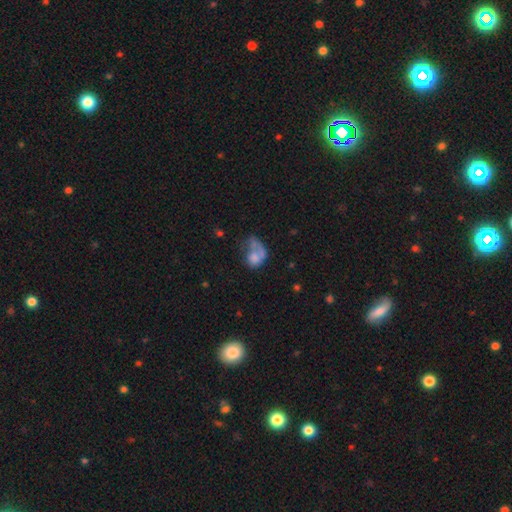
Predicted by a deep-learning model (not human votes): smooth_or_featured: smooth (p=0.56) [alt: featured or disk p=0.34]
how_rounded: in between (p=0.64) [alt: round p=0.34]
merging: major disturbance (p=0.46) [alt: none p=0.20]